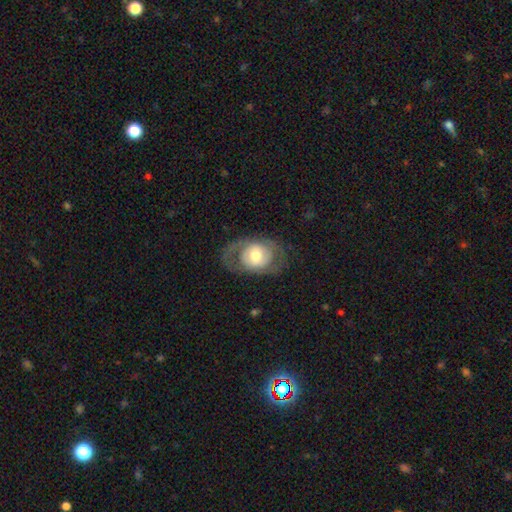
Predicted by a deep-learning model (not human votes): A featured or disk galaxy (60%) with no bar (69%), spiral arms (56%) and a moderate central bulge (66%).

Vote fractions:
- Smooth or featured? featured or disk: 60% / smooth: 34% / star or artifact: 6%
- Edge-on disk? no: 94% / yes: 6%
- Bar? no: 69% / weak: 24% / strong: 7%
- Spiral arms? yes: 56% / no: 44%
- Bulge size? moderate: 66% / large: 20% / small: 11% / dominant: 2% / none: 1%
- Merging? none: 64% / minor disturbance: 18% / major disturbance: 17% / merger: 1%